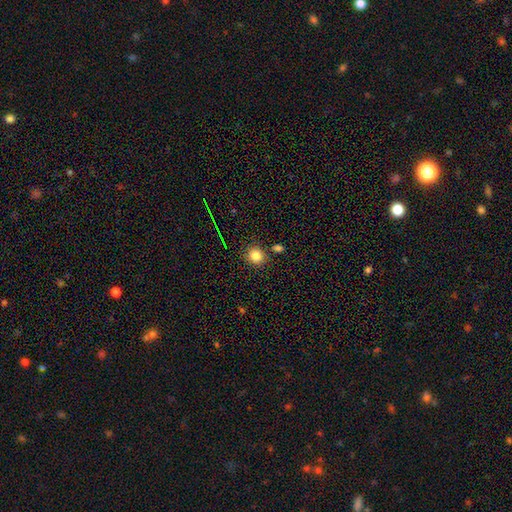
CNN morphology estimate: smooth_or_featured: smooth (p=0.81) [alt: star or artifact p=0.13]
how_rounded: round (p=0.87) [alt: in between p=0.12]
merging: none (p=0.83) [alt: minor disturbance p=0.08]